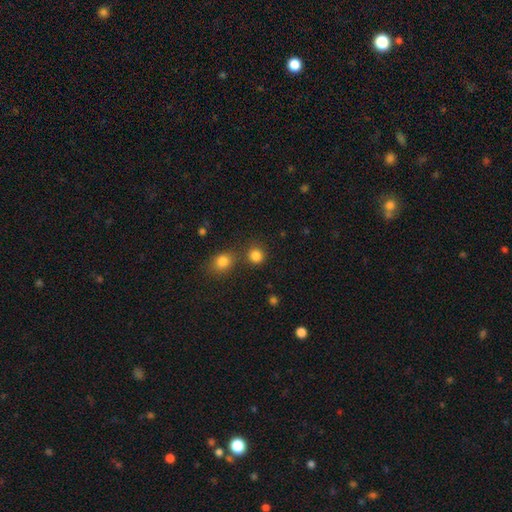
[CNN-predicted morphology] Smooth or featured? Predicted: smooth (p=0.83). How rounded? Predicted: round (p=0.87). Merging? Predicted: none (p=0.72).